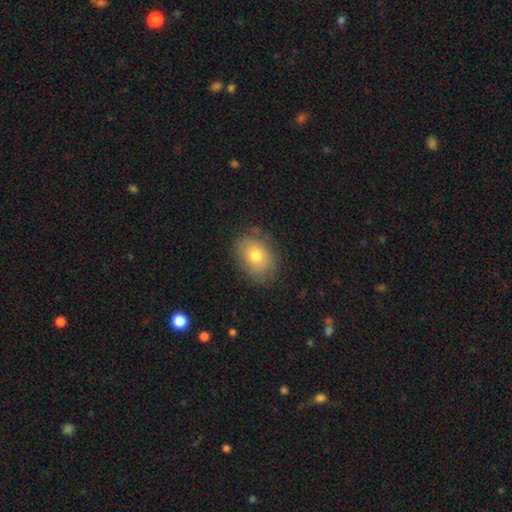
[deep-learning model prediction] smooth-or-featured: smooth: 72% | featured or disk: 19% | star or artifact: 9%
  how-rounded: in between: 68% | round: 31% | cigar-shaped: 1%
  merging: none: 76% | minor disturbance: 18% | major disturbance: 5% | merger: 1%